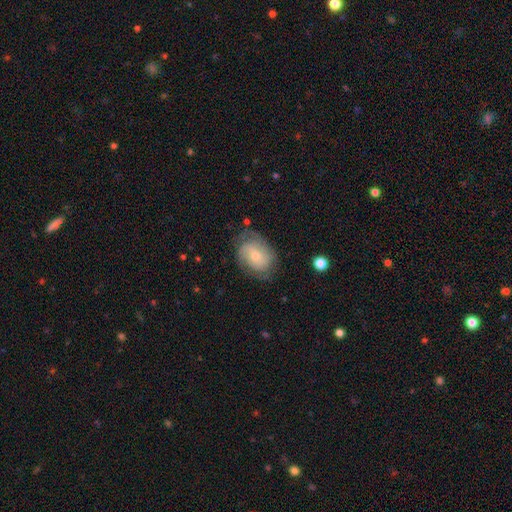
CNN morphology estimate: A featured or disk galaxy (57%) with no bar (69%), spiral arms (82%) and a small central bulge (57%). Merging: none (63%).